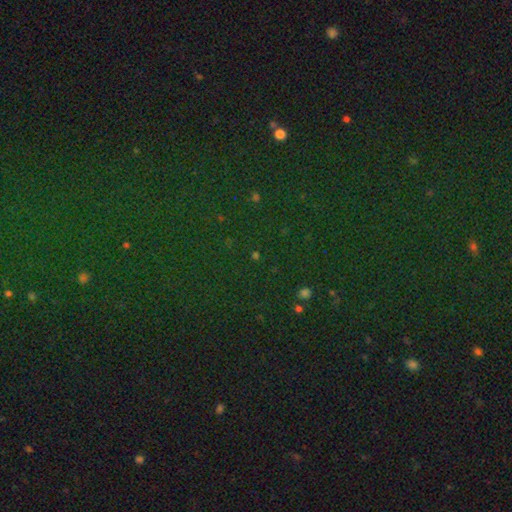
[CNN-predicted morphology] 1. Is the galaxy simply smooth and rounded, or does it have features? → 68% star or artifact, 24% smooth, 8% featured or disk.